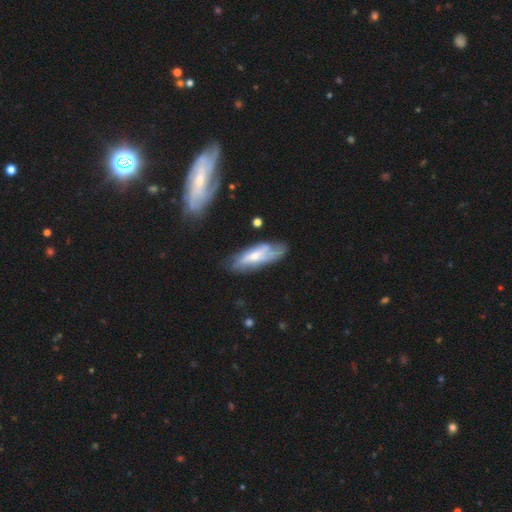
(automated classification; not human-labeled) smooth_or_featured: featured or disk (p=0.60) [alt: smooth p=0.34]
disk_edge_on: no (p=0.69) [alt: yes p=0.31]
merging: none (p=0.56) [alt: minor disturbance p=0.26]